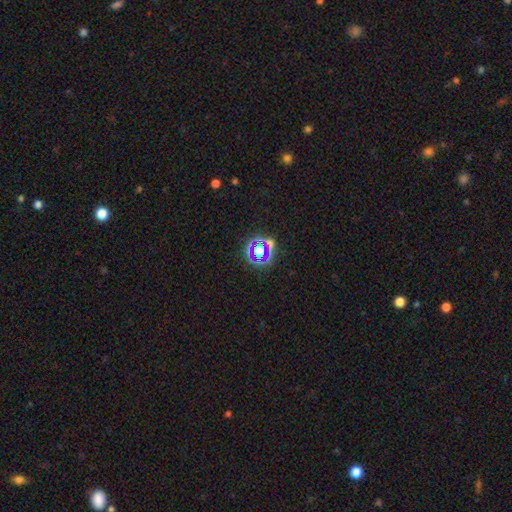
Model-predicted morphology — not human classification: A star or artifact, not a galaxy (64%).